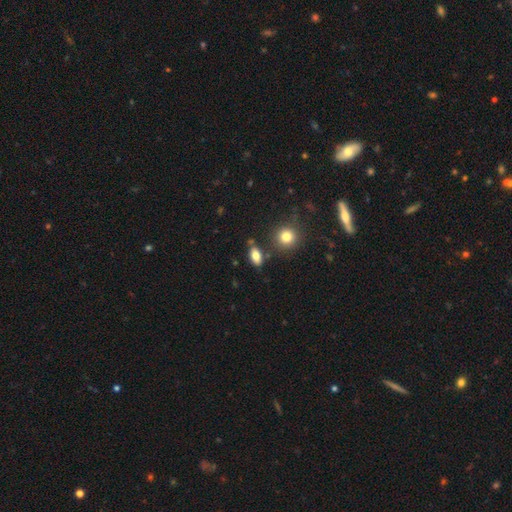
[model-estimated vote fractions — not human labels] This is likely a smooth galaxy (79%). How rounded: clearly in between (87%). Merging: likely none (78%).